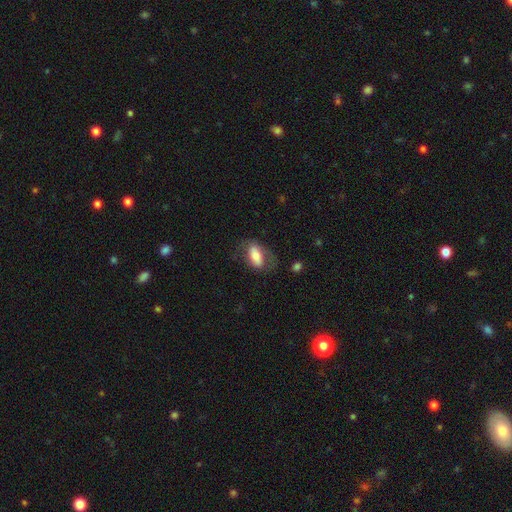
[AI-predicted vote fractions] Smooth or featured? Predicted: smooth (p=0.65). How rounded? Predicted: in between (p=0.88). Merging? Predicted: none (p=0.58).